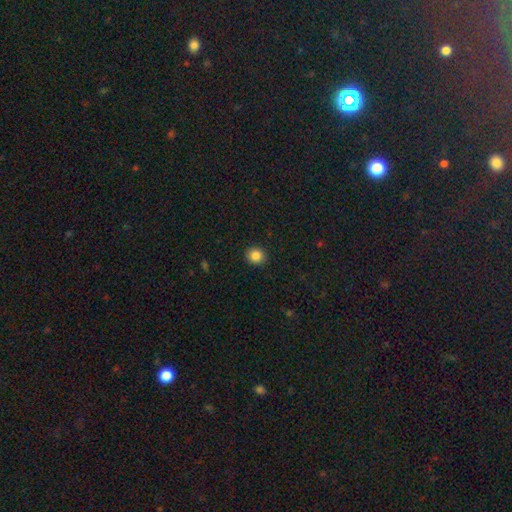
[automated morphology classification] Q: Smooth or featured?
A: smooth (85%); runner-up: star or artifact (10%)
Q: How rounded?
A: round (82%); runner-up: in between (17%)
Q: Merging?
A: none (92%); runner-up: minor disturbance (6%)